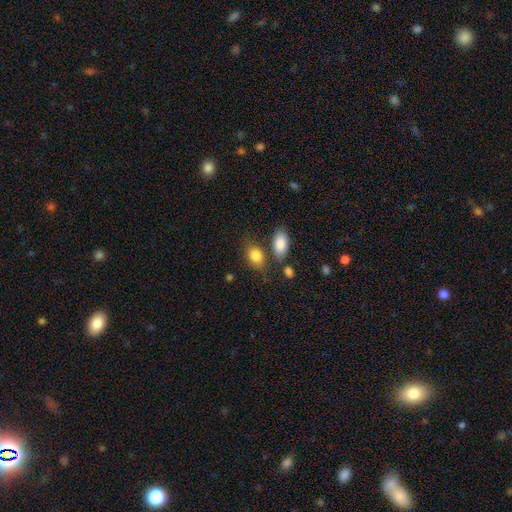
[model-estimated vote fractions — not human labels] A smooth galaxy with no disk features (84%) that is in between round and cigar-shaped (80%). Merging: none (64%).